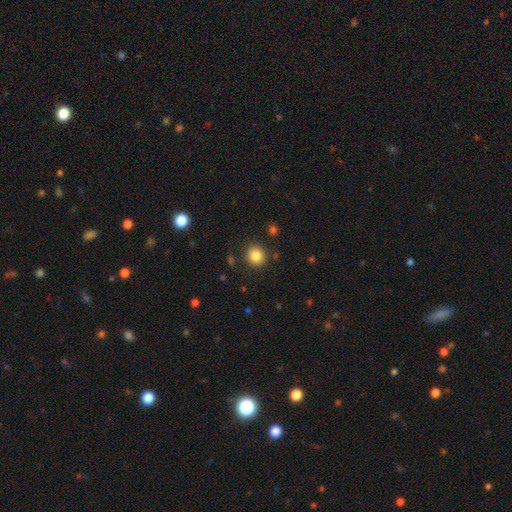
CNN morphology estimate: smooth_or_featured: smooth (p=0.84) [alt: star or artifact p=0.11]
how_rounded: round (p=0.86) [alt: in between p=0.13]
merging: none (p=0.89) [alt: minor disturbance p=0.07]